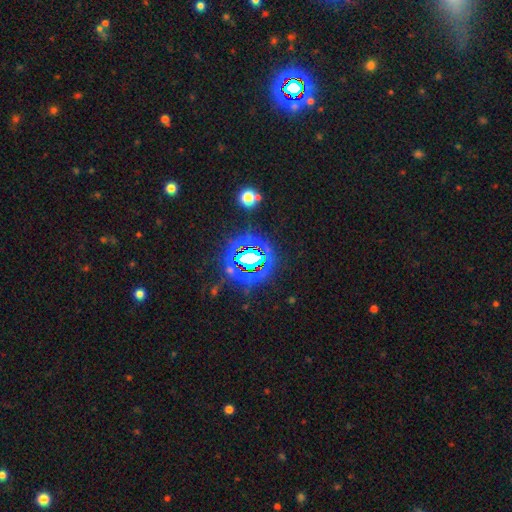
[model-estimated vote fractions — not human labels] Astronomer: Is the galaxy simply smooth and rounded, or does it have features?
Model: star or artifact — 79%.